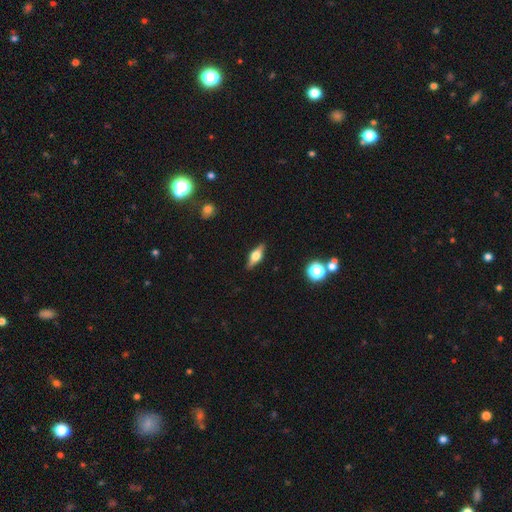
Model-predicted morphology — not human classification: This appears to be a featured or disk galaxy (58%) viewed edge-on (94%) with a rounded central bulge (92%). Merging: none (88%).